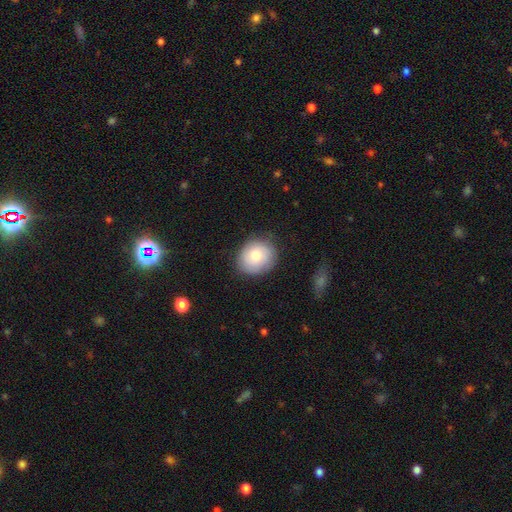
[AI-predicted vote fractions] Smooth or featured? Predicted: smooth (p=0.78). How rounded? Predicted: round (p=0.70). Merging? Predicted: none (p=0.80).